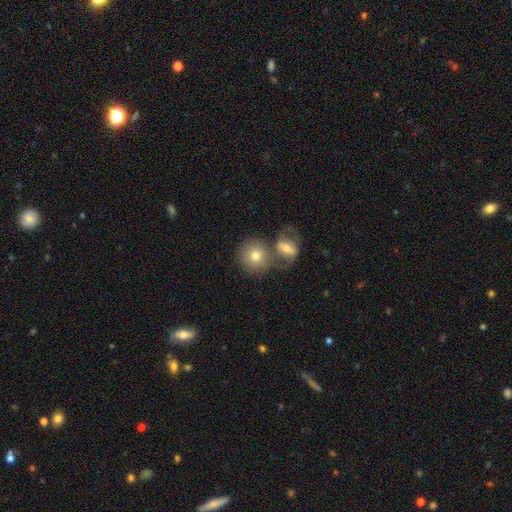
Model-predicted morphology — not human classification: Smooth or featured: smooth — 74% (featured or disk — 18%)
How rounded: round — 84% (in between — 15%)
Merging: none — 46% (merger — 41%)